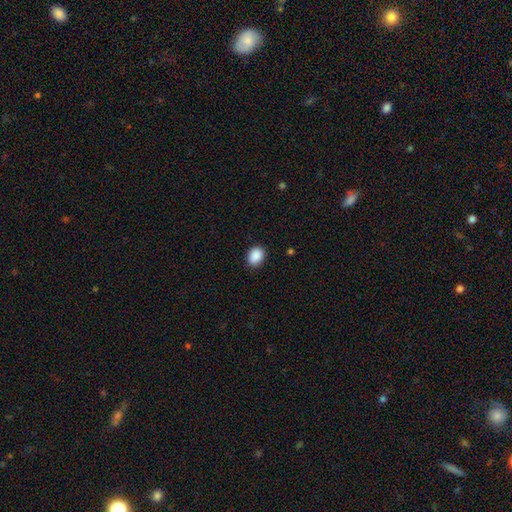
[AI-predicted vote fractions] Morphology: type=smooth (90%); roundness=in between (64%); merging=none (87%).